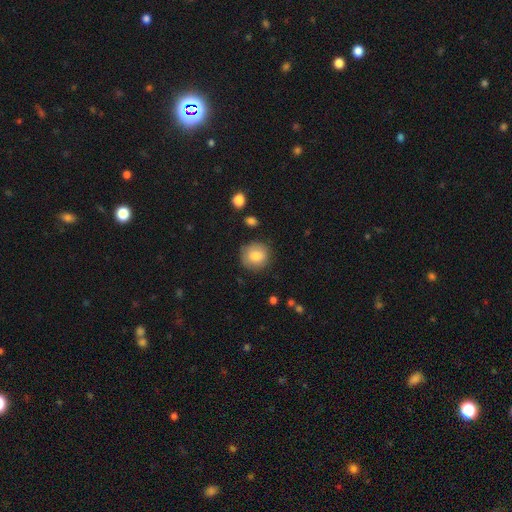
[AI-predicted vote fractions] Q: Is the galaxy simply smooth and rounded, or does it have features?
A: smooth — 83%.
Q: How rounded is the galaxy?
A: round — 88%.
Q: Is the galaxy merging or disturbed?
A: none — 82%.